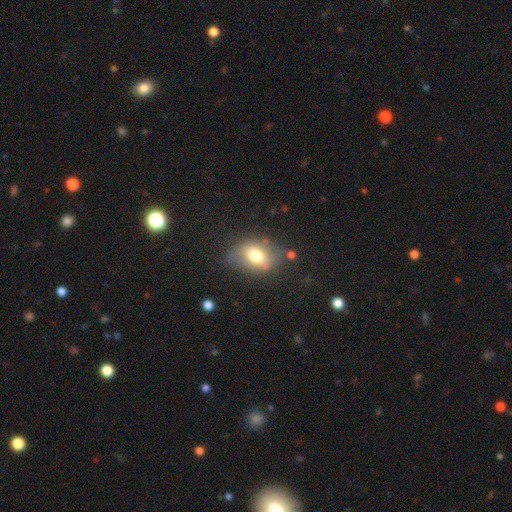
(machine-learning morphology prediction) smooth-or-featured: smooth: 69% | featured or disk: 20% | star or artifact: 10%
  how-rounded: in between: 71% | round: 27% | cigar-shaped: 2%
  merging: none: 64% | minor disturbance: 22% | major disturbance: 9% | merger: 5%